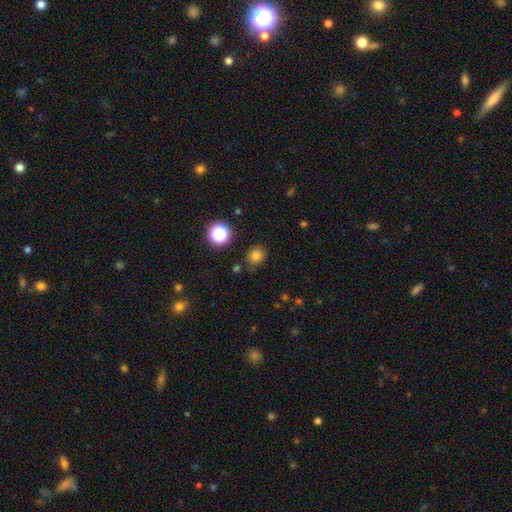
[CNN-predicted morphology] type=smooth (77%); roundness=round (64%); merging=none (82%).